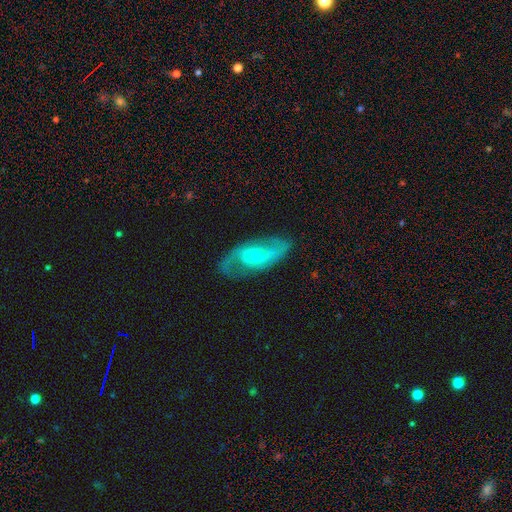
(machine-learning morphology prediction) The model was most divided on "spiral winding": medium: 48%, loose: 33%, tight: 20%. More confident: edge-on disk — no (94%); spiral arms — yes (93%); spiral arm count — 2 (86%); smooth or featured — featured or disk (82%); merging — none (73%); bulge size — small (68%); bar — no (58%).